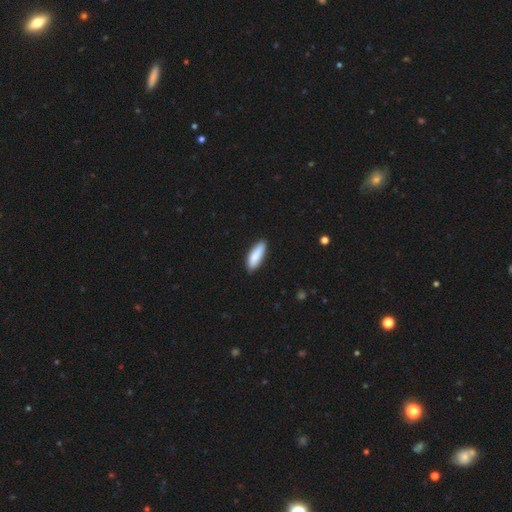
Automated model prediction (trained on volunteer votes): smooth 86%, featured or disk 8%, star or artifact 5%. Down the decision tree: how rounded — in between (58%); merging — none (85%).